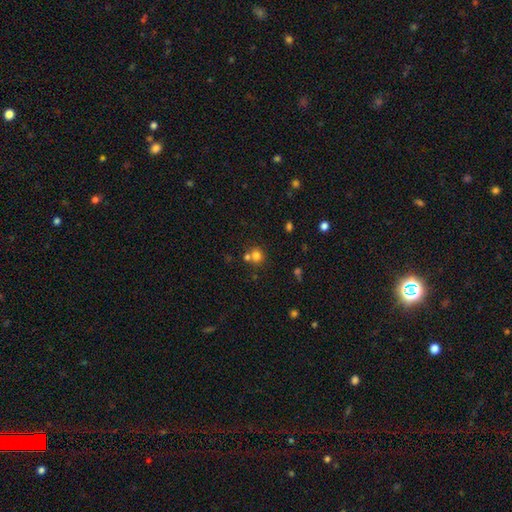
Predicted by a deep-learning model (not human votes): smooth_or_featured: smooth (p=0.74) [alt: star or artifact p=0.16]
how_rounded: round (p=0.87) [alt: in between p=0.12]
merging: none (p=0.56) [alt: merger p=0.33]